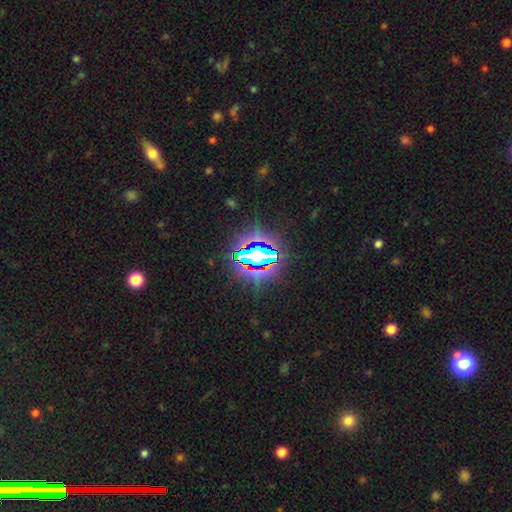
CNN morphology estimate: smooth-or-featured: star or artifact: 76% | smooth: 13% | featured or disk: 11%